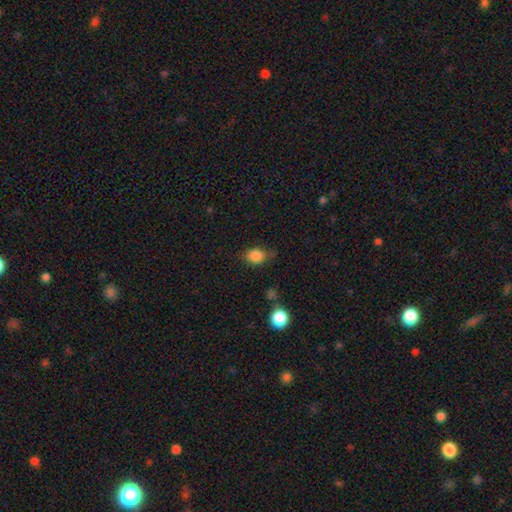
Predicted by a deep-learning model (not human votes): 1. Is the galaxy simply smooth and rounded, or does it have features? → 84% smooth, 11% star or artifact, 5% featured or disk.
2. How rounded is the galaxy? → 52% in between, 47% round, 1% cigar-shaped.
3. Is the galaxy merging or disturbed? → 60% none, 28% minor disturbance, 8% major disturbance, 4% merger.